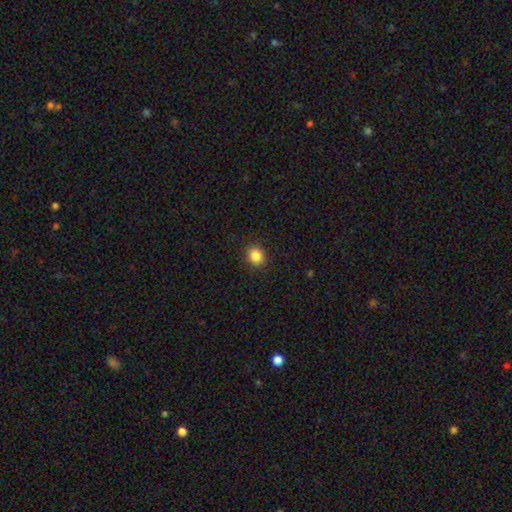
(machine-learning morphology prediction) Overall: smooth (85%). How rounded: round (74%). Merging: none (90%).